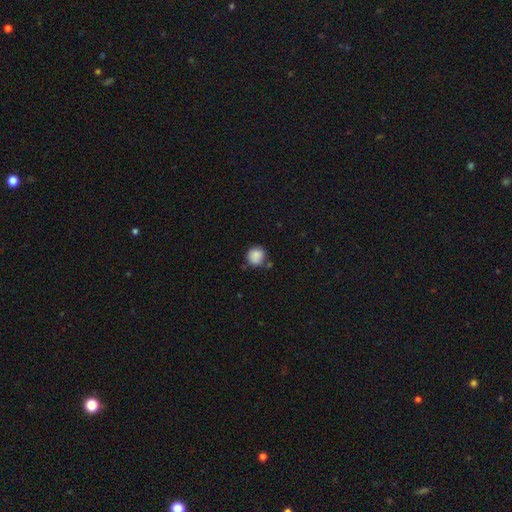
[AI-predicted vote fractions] This appears to be a smooth galaxy with no disk features (86%) that is round (89%). Merging: none (70%).